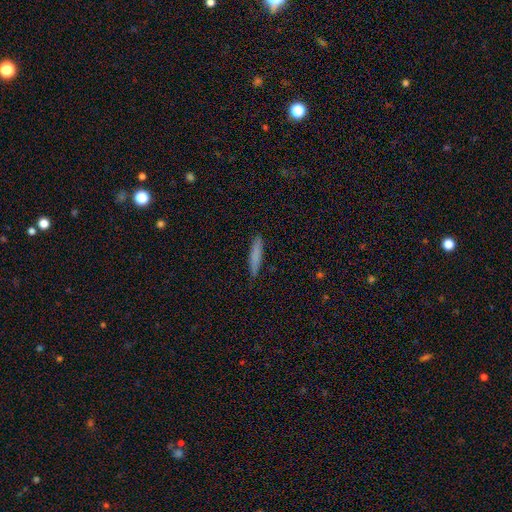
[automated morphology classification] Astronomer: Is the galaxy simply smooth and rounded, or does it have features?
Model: smooth — 79%.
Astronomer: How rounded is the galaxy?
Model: cigar-shaped — 90%.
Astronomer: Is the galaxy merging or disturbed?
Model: none — 88%.